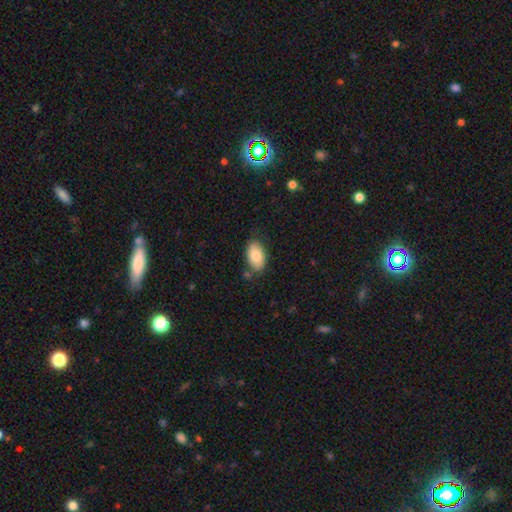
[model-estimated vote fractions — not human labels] This is likely a smooth galaxy (80%). How rounded: clearly in between (93%). Merging: likely none (74%).